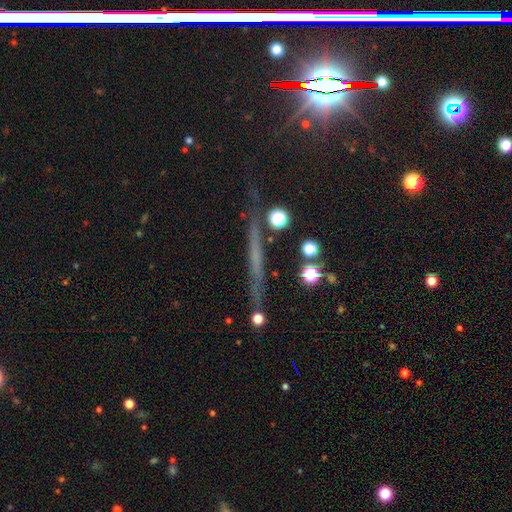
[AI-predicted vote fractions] Smooth or featured: featured or disk — 45% (smooth — 32%)
Merging: none — 82% (minor disturbance — 11%)